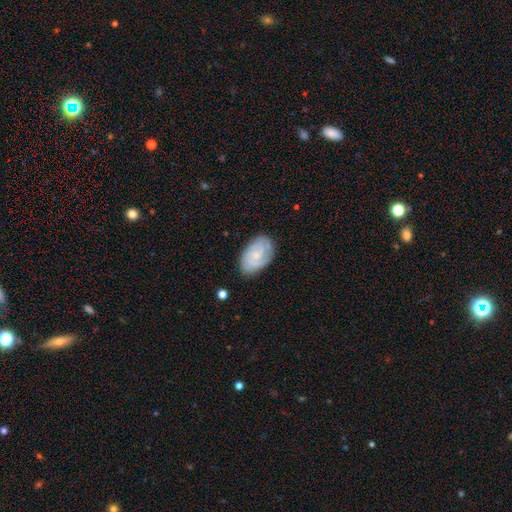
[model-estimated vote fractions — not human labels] This is likely a featured or disk galaxy (65%). It is clearly not viewed edge-on (97%). Bar: likely no (68%). Spiral arm pattern: clearly yes (91%). Spiral arm count: marginally 2 (34%, tied with can't tell). Spiral winding: likely tight (60%). Central bulge: likely small (64%). Merging: likely none (77%).